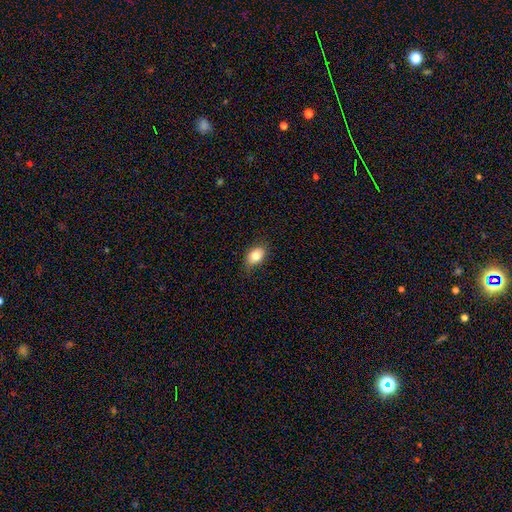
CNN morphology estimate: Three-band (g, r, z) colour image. It shows a smooth galaxy with no disk features (82%) that is in between round and cigar-shaped (83%). Merging: none (79%).